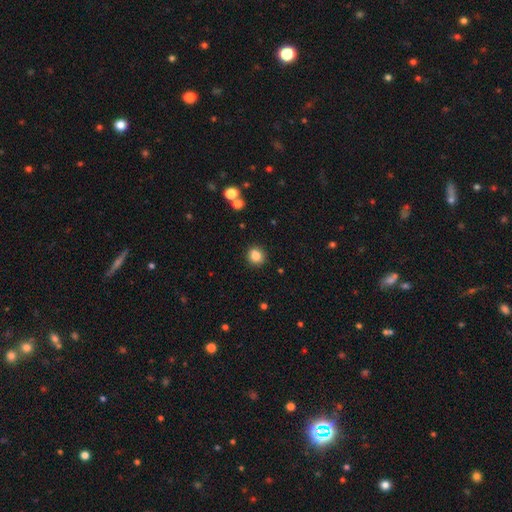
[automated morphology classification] This appears to be a smooth galaxy with no disk features (84%) that is round (87%). Merging: none (90%).